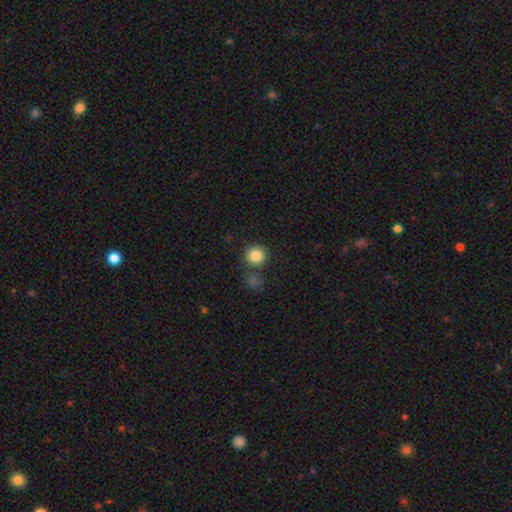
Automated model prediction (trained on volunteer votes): Smooth or featured?
  - smooth: 85% *
  - star or artifact: 10%
  - featured or disk: 5%
How rounded?
  - round: 92% *
  - in between: 7%
  - cigar-shaped: 1%
Merging?
  - none: 80% *
  - merger: 9%
  - minor disturbance: 8%
  - major disturbance: 3%